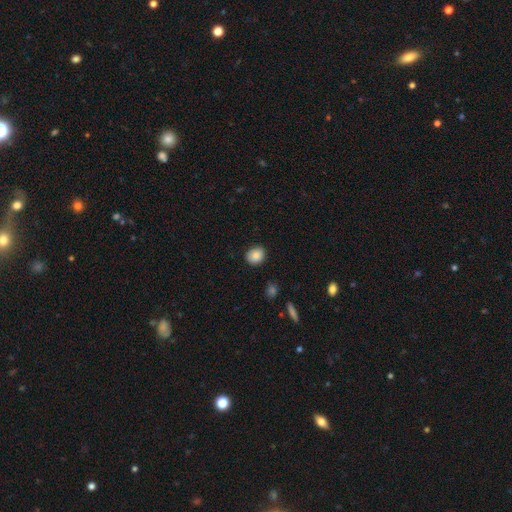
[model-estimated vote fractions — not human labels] Q: Smooth or featured?
A: smooth (87%); runner-up: star or artifact (8%)
Q: How rounded?
A: round (61%); runner-up: in between (38%)
Q: Merging?
A: none (87%); runner-up: minor disturbance (10%)